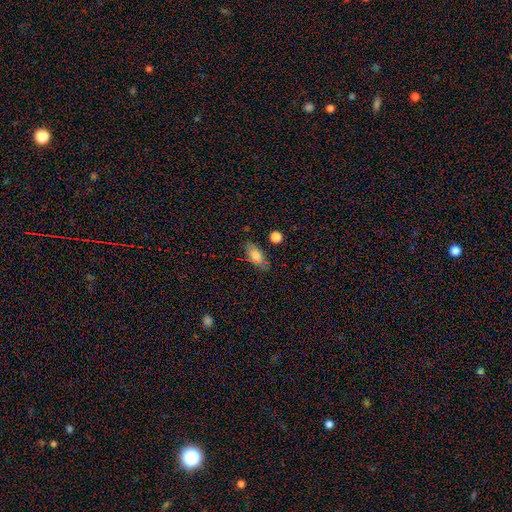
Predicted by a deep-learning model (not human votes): Smooth or featured?
  - smooth: 77% *
  - featured or disk: 14%
  - star or artifact: 9%
How rounded?
  - in between: 84% *
  - cigar-shaped: 11%
  - round: 5%
Merging?
  - none: 74% *
  - minor disturbance: 17%
  - major disturbance: 4%
  - merger: 4%